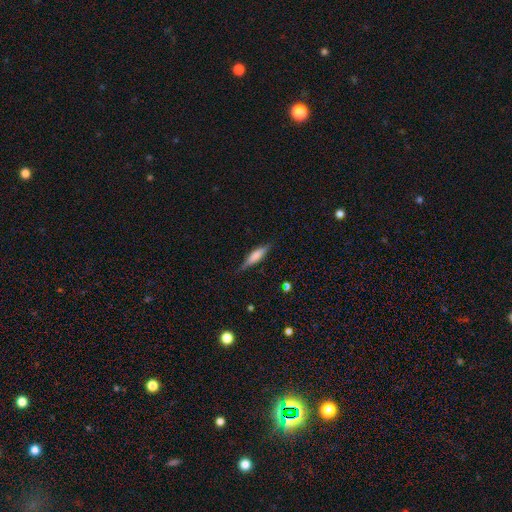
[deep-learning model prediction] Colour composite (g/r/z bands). It shows a featured or disk galaxy (47%). Merging: none (81%).